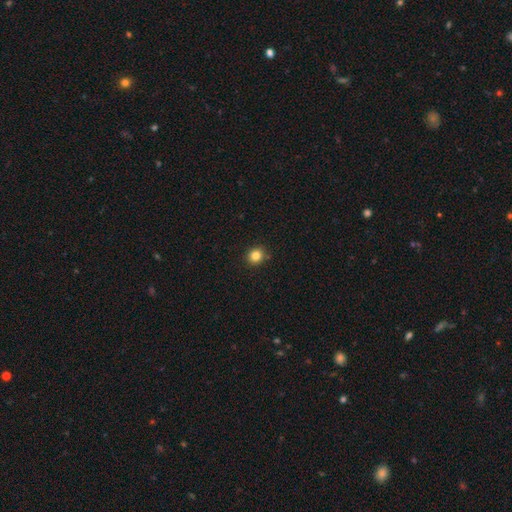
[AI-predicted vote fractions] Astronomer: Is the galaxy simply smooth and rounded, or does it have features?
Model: smooth — 83%.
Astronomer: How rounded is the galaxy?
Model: round — 88%.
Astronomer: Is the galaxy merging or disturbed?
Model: none — 89%.